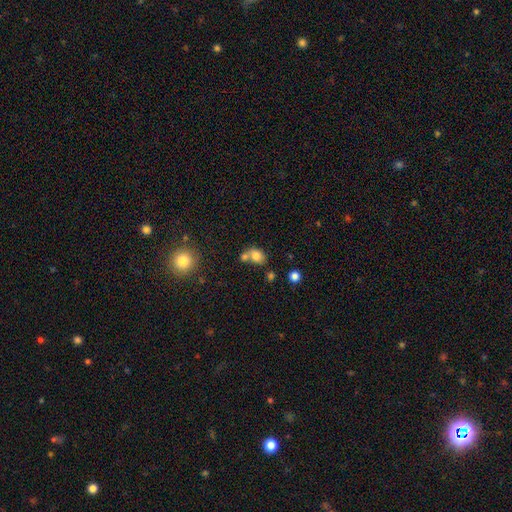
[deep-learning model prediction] smooth_or_featured: smooth (p=0.79) [alt: star or artifact p=0.11]
how_rounded: round (p=0.51) [alt: in between p=0.48]
merging: none (p=0.43) [alt: merger p=0.40]